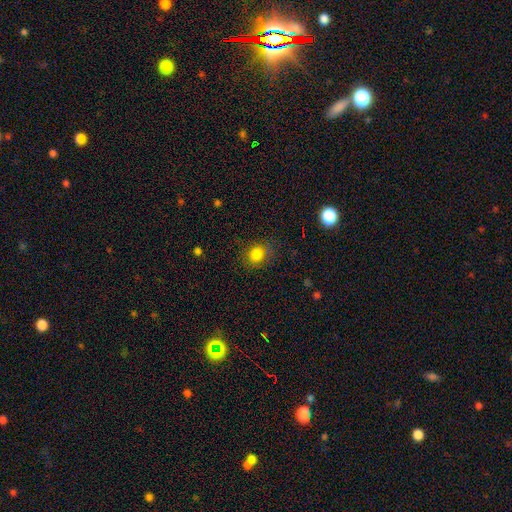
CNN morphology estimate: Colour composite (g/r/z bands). It shows a smooth galaxy with no disk features (83%) that is round (72%). Merging: none (80%).